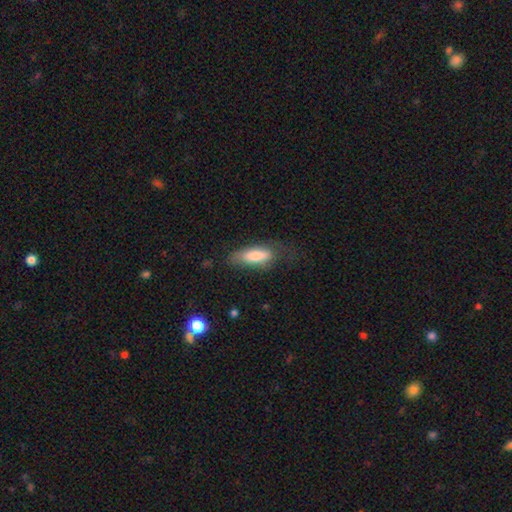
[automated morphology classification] smooth_or_featured: smooth (p=0.76) [alt: featured or disk p=0.17]
how_rounded: in between (p=0.62) [alt: cigar-shaped p=0.37]
merging: none (p=0.57) [alt: minor disturbance p=0.27]